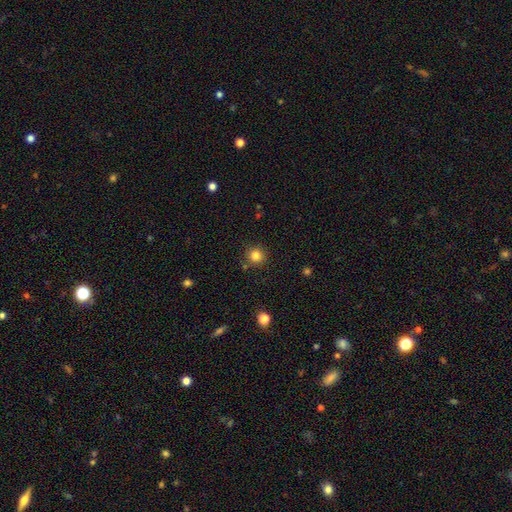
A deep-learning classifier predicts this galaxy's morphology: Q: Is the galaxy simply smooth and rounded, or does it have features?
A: smooth — 83%.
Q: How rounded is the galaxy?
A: round — 93%.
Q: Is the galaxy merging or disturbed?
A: none — 86%.